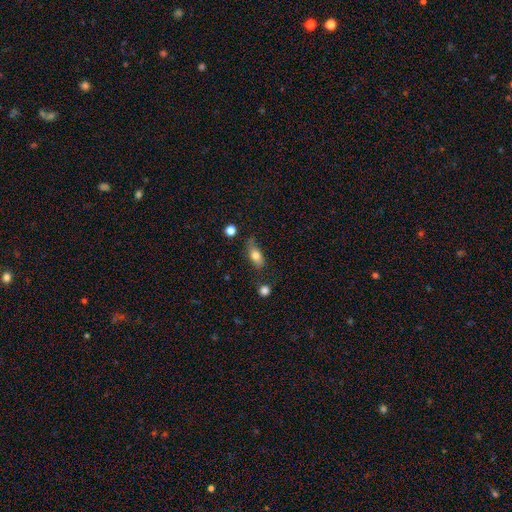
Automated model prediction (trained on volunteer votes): Q: Smooth or featured?
A: smooth (75%); runner-up: featured or disk (17%)
Q: How rounded?
A: in between (78%); runner-up: cigar-shaped (13%)
Q: Merging?
A: none (57%); runner-up: minor disturbance (29%)